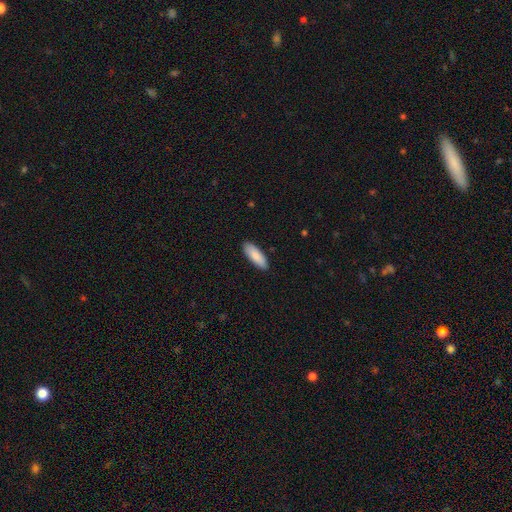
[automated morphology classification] Smooth or featured? smooth (87%)
How rounded? in between (66%)
Merging? none (89%)